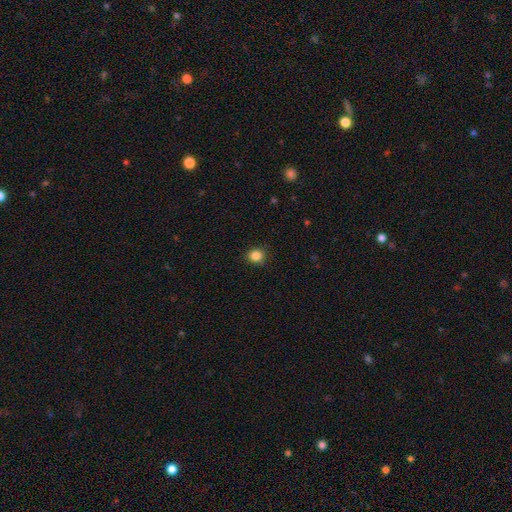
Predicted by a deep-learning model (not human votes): smooth 85%, star or artifact 11%, featured or disk 4%. Down the decision tree: how rounded — round (82%); merging — none (85%).